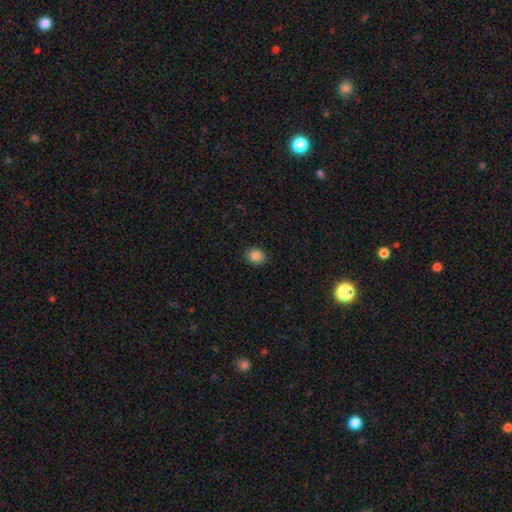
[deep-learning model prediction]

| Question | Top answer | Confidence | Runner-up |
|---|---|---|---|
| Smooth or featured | smooth | 87% | star or artifact (9%) |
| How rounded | in between | 52% | round (47%) |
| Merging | none | 88% | minor disturbance (9%) |